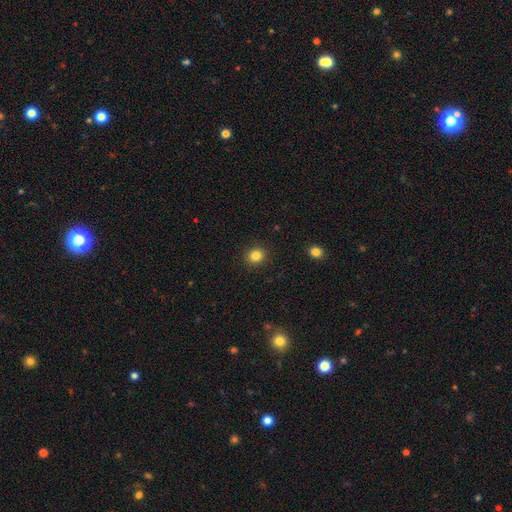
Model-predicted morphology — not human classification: Smooth or featured: smooth — 84% (star or artifact — 11%)
How rounded: round — 80% (in between — 19%)
Merging: none — 91% (minor disturbance — 6%)